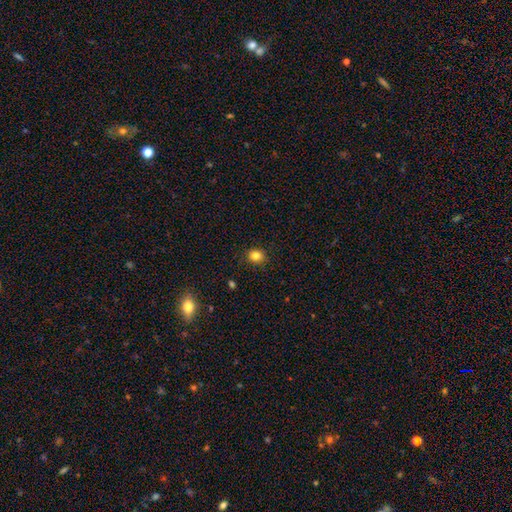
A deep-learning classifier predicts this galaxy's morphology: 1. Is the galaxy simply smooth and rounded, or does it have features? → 82% smooth, 12% star or artifact, 5% featured or disk.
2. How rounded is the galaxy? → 75% round, 24% in between, 1% cigar-shaped.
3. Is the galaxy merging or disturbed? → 88% none, 9% minor disturbance, 2% major disturbance, 1% merger.